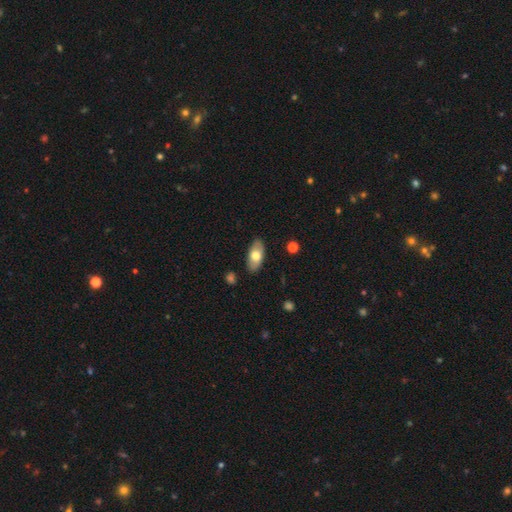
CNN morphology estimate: Q: Smooth or featured?
A: smooth (67%); runner-up: featured or disk (27%)
Q: How rounded?
A: in between (91%); runner-up: cigar-shaped (6%)
Q: Merging?
A: none (87%); runner-up: minor disturbance (10%)